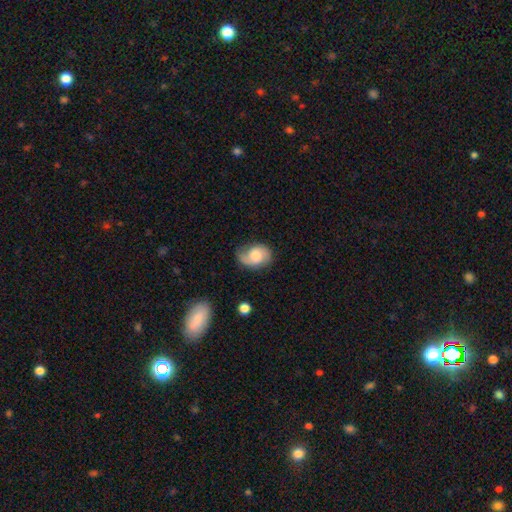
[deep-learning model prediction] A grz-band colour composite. It shows a smooth galaxy with no disk features (47%). Merging: none (58%).